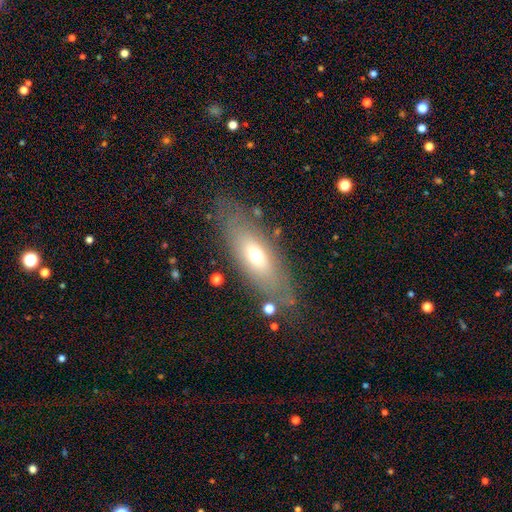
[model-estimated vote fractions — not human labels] Q: Smooth or featured?
A: smooth (53%); runner-up: featured or disk (38%)
Q: How rounded?
A: in between (63%); runner-up: cigar-shaped (33%)
Q: Merging?
A: none (78%); runner-up: minor disturbance (13%)